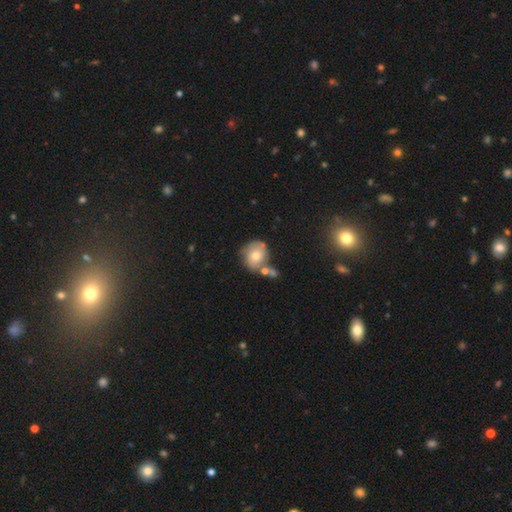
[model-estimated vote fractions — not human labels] A smooth galaxy with no disk features (61%) that is round (71%).

Vote fractions:
- Smooth or featured? smooth: 61% / featured or disk: 31% / star or artifact: 9%
- How rounded? round: 71% / in between: 28% / cigar-shaped: 1%
- Merging? none: 46% / merger: 25% / minor disturbance: 21% / major disturbance: 8%